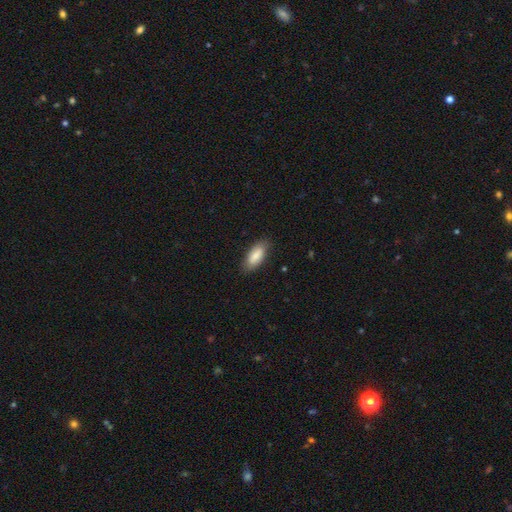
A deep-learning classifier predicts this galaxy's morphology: smooth-or-featured: smooth: 84% | featured or disk: 10% | star or artifact: 6%
  how-rounded: in between: 82% | cigar-shaped: 16% | round: 2%
  merging: none: 82% | minor disturbance: 14% | major disturbance: 3% | merger: 1%